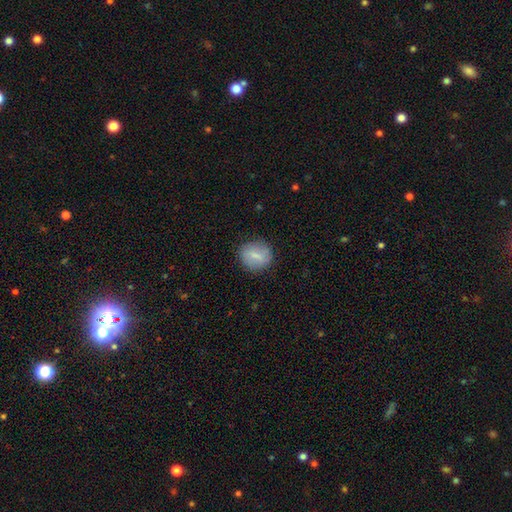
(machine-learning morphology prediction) Overall: smooth (72%). How rounded: round (74%). Merging: none (83%).